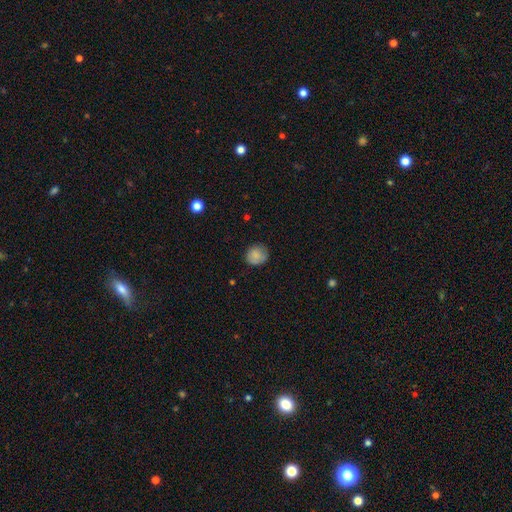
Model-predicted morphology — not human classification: Smooth or featured? Predicted: smooth (p=0.84). How rounded? Predicted: round (p=0.81). Merging? Predicted: none (p=0.79).